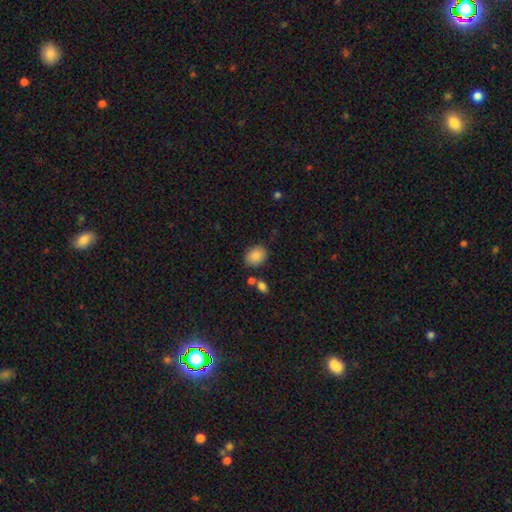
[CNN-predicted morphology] Smooth or featured? smooth (87%)
How rounded? in between (64%)
Merging? none (78%)